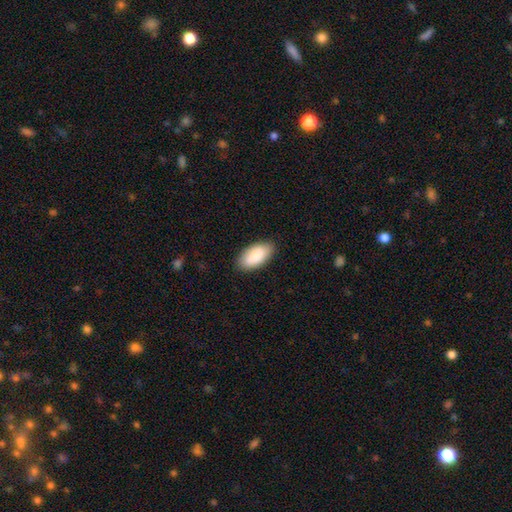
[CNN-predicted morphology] This is clearly a smooth galaxy (87%). How rounded: clearly in between (95%). Merging: clearly none (87%).